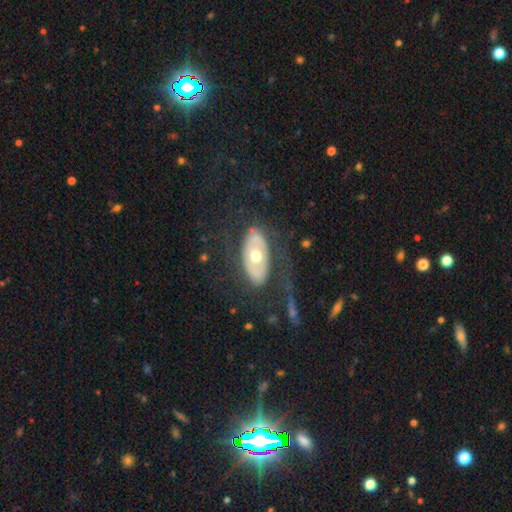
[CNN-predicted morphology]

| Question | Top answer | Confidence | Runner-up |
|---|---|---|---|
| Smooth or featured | featured or disk | 62% | smooth (32%) |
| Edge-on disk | no | 88% | yes (12%) |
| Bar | no | 84% | weak (10%) |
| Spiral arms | no | 71% | yes (29%) |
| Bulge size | moderate | 75% | small (13%) |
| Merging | none | 66% | major disturbance (18%) |